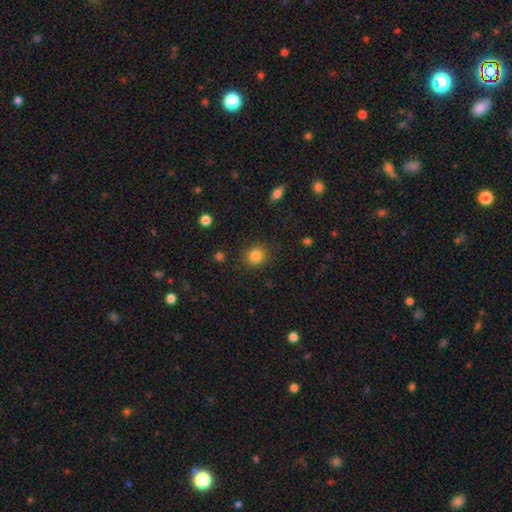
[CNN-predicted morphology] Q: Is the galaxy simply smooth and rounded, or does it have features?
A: smooth — 84%.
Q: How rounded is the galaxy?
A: round — 83%.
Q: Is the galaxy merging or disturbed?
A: none — 88%.